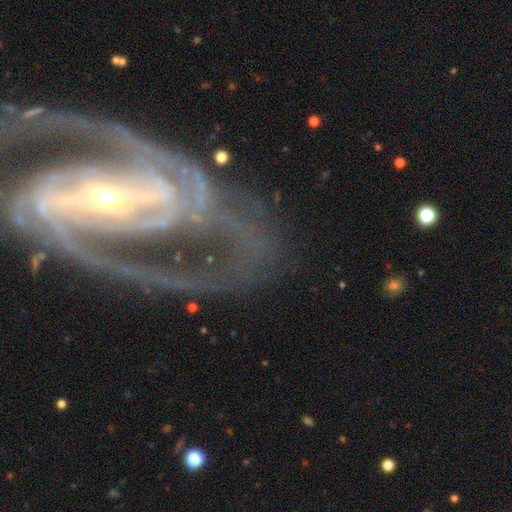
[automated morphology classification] Smooth or featured? Predicted: featured or disk (p=0.86). Edge-on disk? Predicted: no (p=0.95). Bar? Predicted: strong (p=0.55). Spiral arms? Predicted: yes (p=0.91). Spiral winding? Predicted: medium (p=0.43). Spiral arm count? Predicted: 2 (p=0.58). Bulge size? Predicted: small (p=0.62). Merging? Predicted: none (p=0.56).